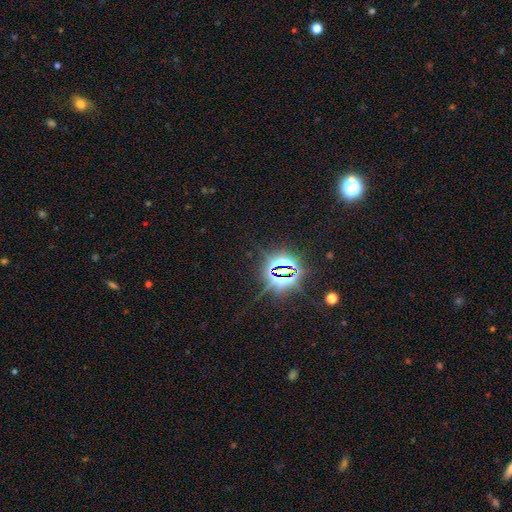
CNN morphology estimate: A star or artifact, not a galaxy (81%).